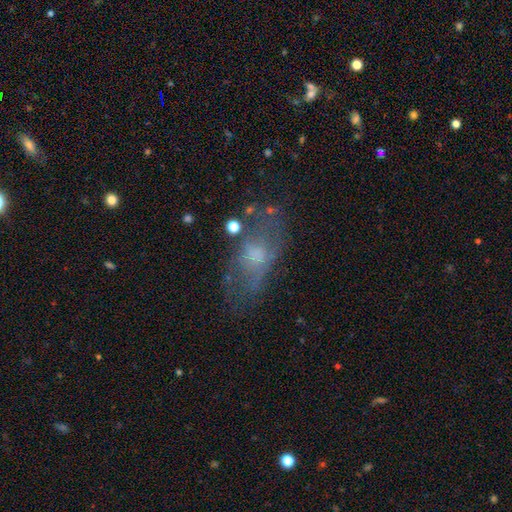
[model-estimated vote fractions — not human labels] Smooth or featured? Predicted: featured or disk (p=0.47). Merging? Predicted: none (p=0.56).